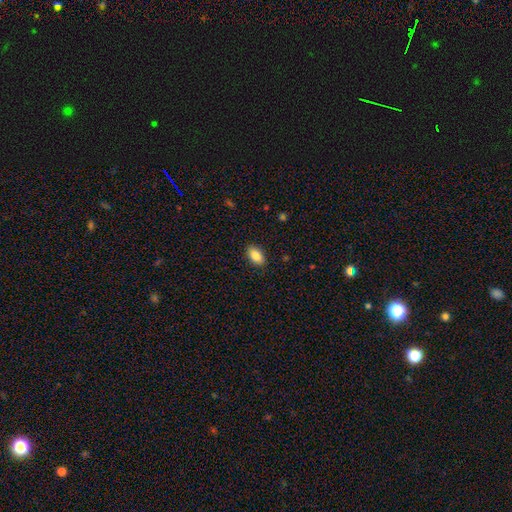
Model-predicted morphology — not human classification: Overall: smooth (86%). How rounded: in between (92%). Merging: none (89%).